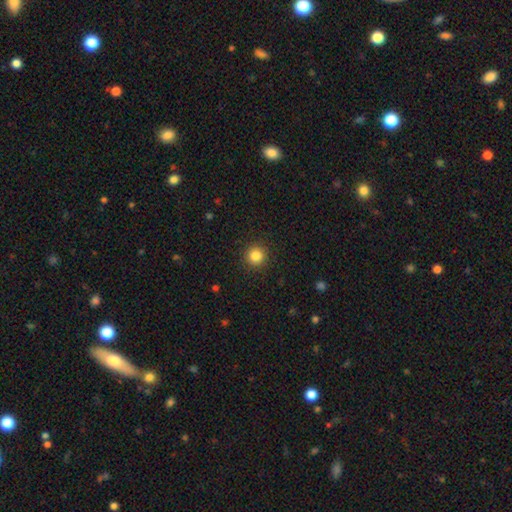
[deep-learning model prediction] Smooth or featured: smooth — 85% (star or artifact — 11%)
How rounded: round — 95% (in between — 4%)
Merging: none — 92% (minor disturbance — 5%)